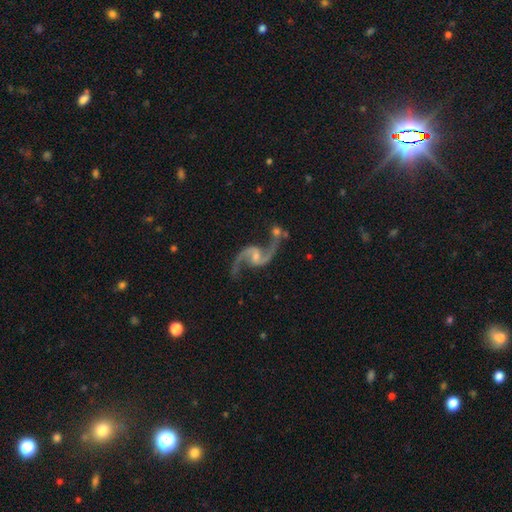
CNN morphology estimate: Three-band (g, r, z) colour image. It shows a featured or disk galaxy (93%) with a weak bar (45%), 2 (94%) loose (76%) spiral arms (98%) and a small central bulge (59%). Merging: none (65%).